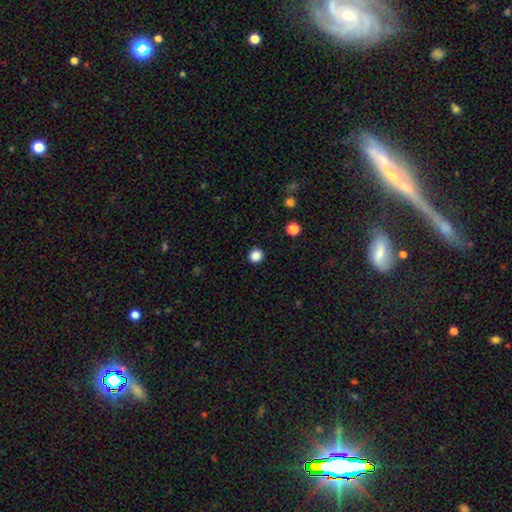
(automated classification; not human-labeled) Smooth or featured: smooth — 87% (star or artifact — 11%)
How rounded: round — 89% (in between — 10%)
Merging: none — 92% (minor disturbance — 5%)